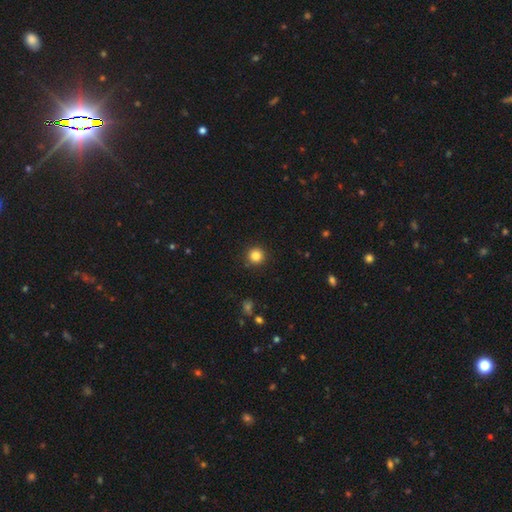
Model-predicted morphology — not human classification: Smooth or featured: smooth — 84% (star or artifact — 11%)
How rounded: round — 95% (in between — 4%)
Merging: none — 91% (minor disturbance — 6%)